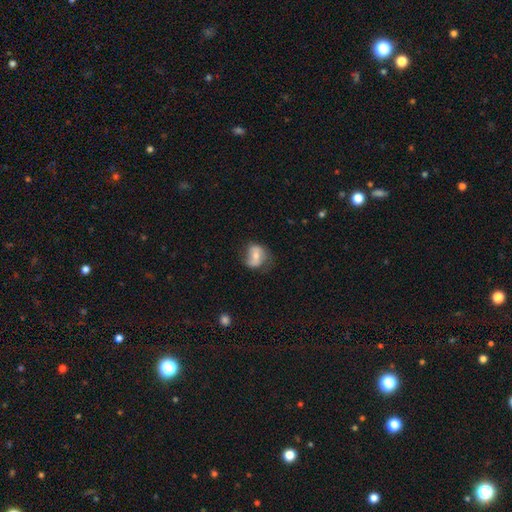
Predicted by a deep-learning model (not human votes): Q: Smooth or featured?
A: smooth (49%); runner-up: featured or disk (43%)
Q: Merging?
A: none (52%); runner-up: minor disturbance (30%)